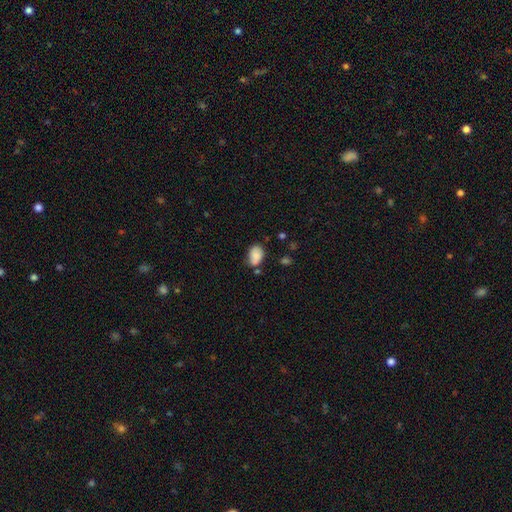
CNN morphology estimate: This is likely a smooth galaxy (80%). How rounded: likely in between (79%). Merging: possibly none (54%).